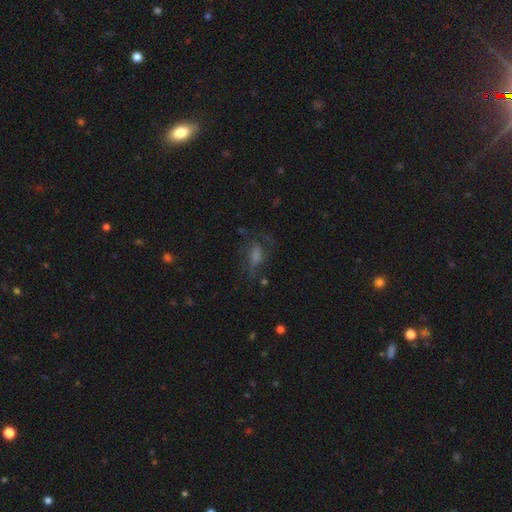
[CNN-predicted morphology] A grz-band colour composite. It shows a featured or disk galaxy (39%). Merging: none (56%).